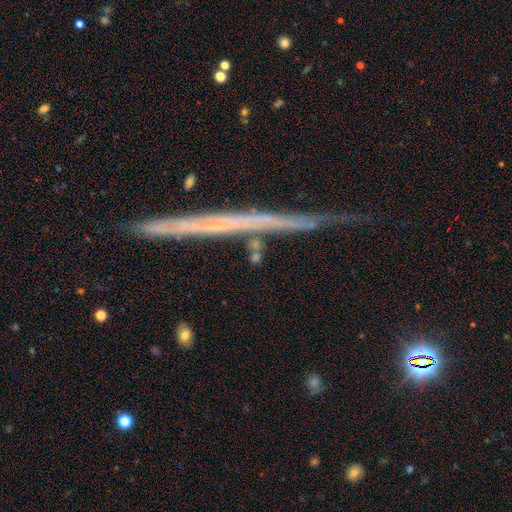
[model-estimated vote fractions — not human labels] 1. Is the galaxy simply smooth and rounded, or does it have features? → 37% featured or disk, 34% smooth, 29% star or artifact.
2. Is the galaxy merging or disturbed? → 79% none, 12% minor disturbance, 5% merger, 4% major disturbance.